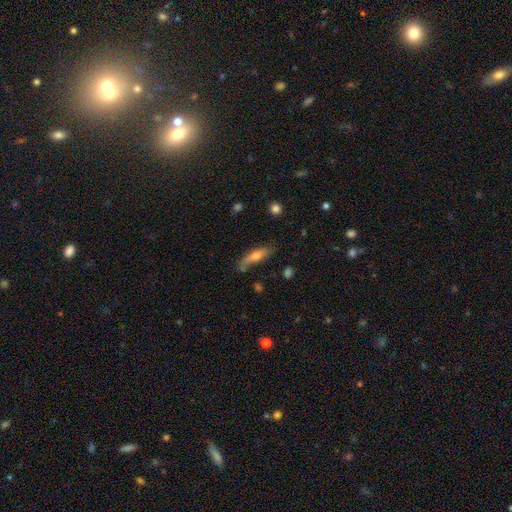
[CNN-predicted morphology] Smooth or featured? Predicted: smooth (p=0.58). How rounded? Predicted: cigar-shaped (p=0.58). Merging? Predicted: none (p=0.56).